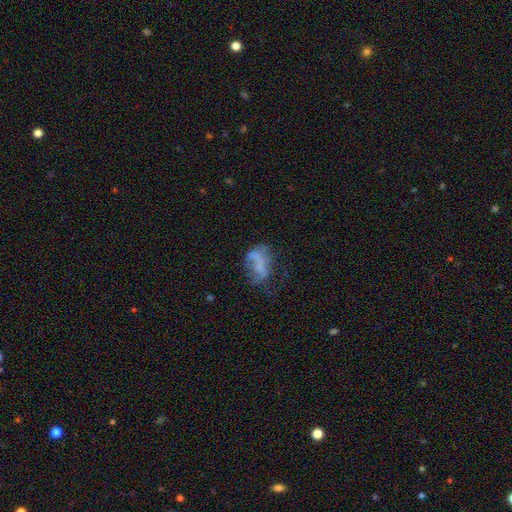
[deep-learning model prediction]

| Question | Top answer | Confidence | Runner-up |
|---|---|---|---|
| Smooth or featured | smooth | 43% | featured or disk (42%) |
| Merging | major disturbance | 36% | none (32%) |